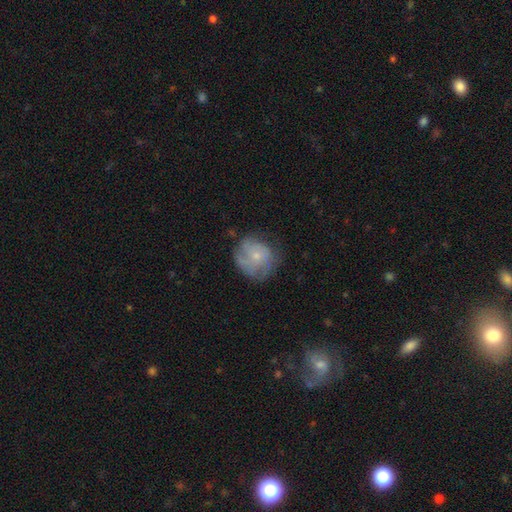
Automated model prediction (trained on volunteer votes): Smooth or featured: featured or disk — 57% (smooth — 34%)
Edge-on disk: no — 98% (yes — 2%)
Bar: no — 82% (weak — 17%)
Spiral arms: yes — 79% (no — 21%)
Bulge size: small — 68% (moderate — 24%)
Merging: none — 66% (minor disturbance — 22%)